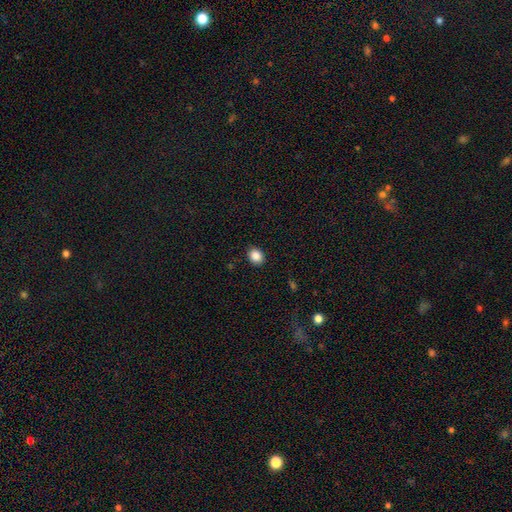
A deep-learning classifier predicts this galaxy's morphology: smooth_or_featured: smooth (p=0.87) [alt: star or artifact p=0.09]
how_rounded: round (p=0.55) [alt: in between p=0.45]
merging: none (p=0.90) [alt: minor disturbance p=0.07]